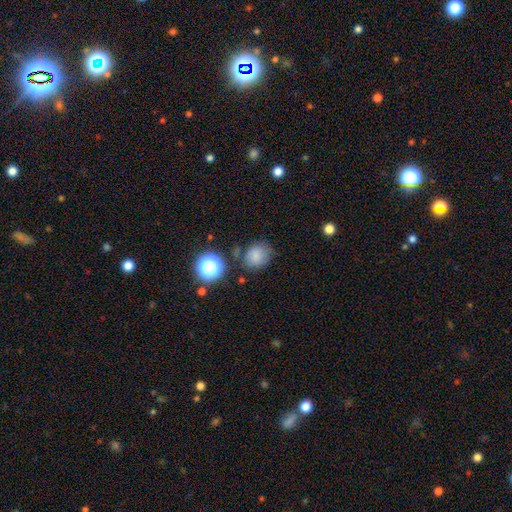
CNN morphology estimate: Smooth or featured?
  - smooth: 79% *
  - star or artifact: 14%
  - featured or disk: 7%
How rounded?
  - round: 68% *
  - in between: 31%
  - cigar-shaped: 1%
Merging?
  - none: 68% *
  - minor disturbance: 19%
  - merger: 7%
  - major disturbance: 6%